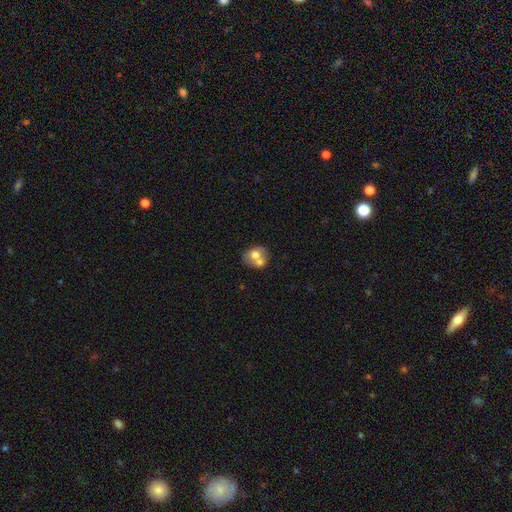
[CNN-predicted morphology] This is likely a smooth galaxy (64%). How rounded: likely round (60%). Merging: possibly merger (54%).